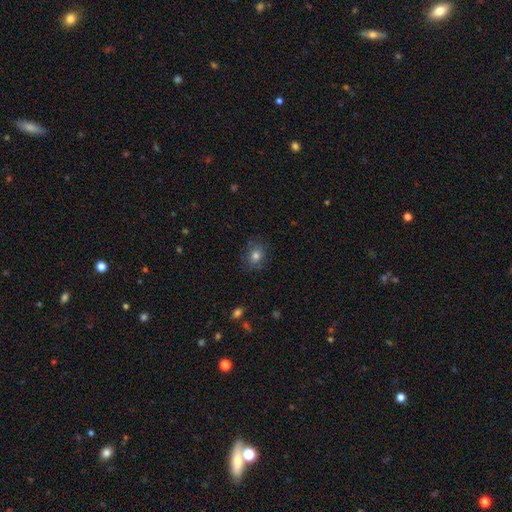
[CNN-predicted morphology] Smooth or featured? smooth (78%)
How rounded? round (61%)
Merging? none (82%)